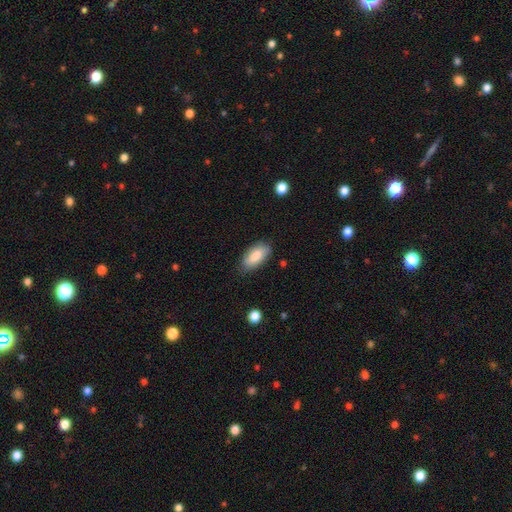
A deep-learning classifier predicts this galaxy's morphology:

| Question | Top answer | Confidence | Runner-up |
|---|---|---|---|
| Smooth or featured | smooth | 83% | featured or disk (11%) |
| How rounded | in between | 90% | cigar-shaped (8%) |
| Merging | none | 78% | minor disturbance (17%) |